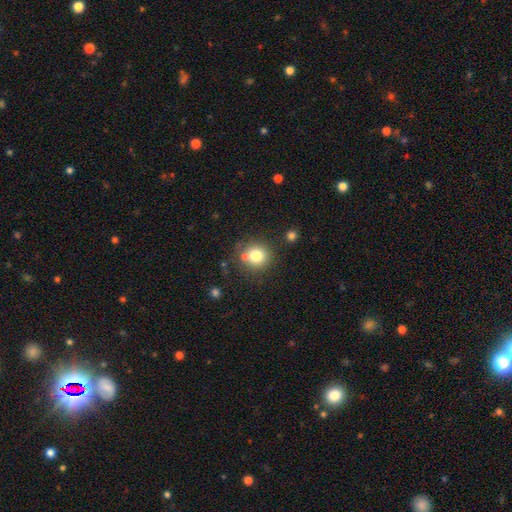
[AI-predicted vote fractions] Morphology: type=smooth (77%); roundness=round (90%); merging=none (73%).